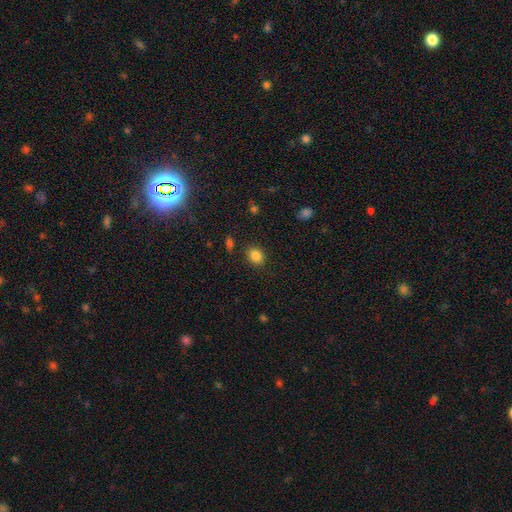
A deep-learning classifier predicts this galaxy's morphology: Smooth or featured: smooth — 85% (star or artifact — 11%)
How rounded: round — 60% (in between — 39%)
Merging: none — 86% (minor disturbance — 9%)